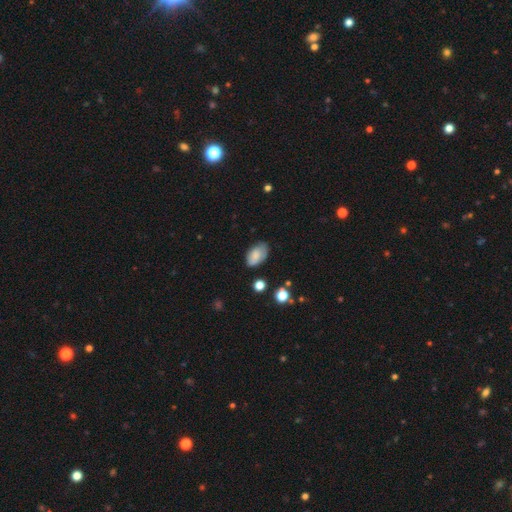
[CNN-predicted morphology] A smooth galaxy with no disk features (74%) that is in between round and cigar-shaped (92%).

Vote fractions:
- Smooth or featured? smooth: 74% / featured or disk: 17% / star or artifact: 9%
- How rounded? in between: 92% / round: 7% / cigar-shaped: 1%
- Merging? none: 66% / minor disturbance: 26% / major disturbance: 6% / merger: 2%